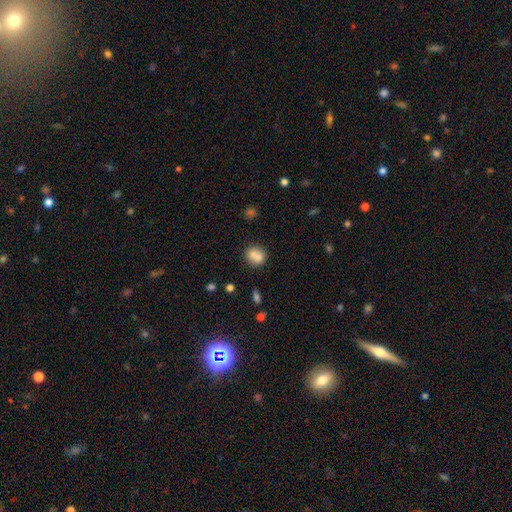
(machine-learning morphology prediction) Overall: smooth (77%). How rounded: round (69%). Merging: none (47%; merger 37%).